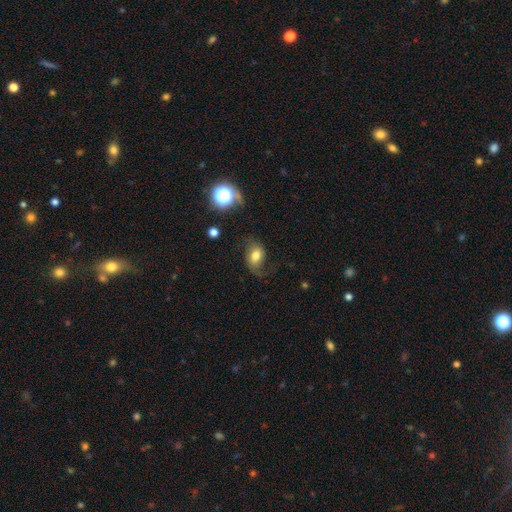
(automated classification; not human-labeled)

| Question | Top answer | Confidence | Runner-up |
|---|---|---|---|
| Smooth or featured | smooth | 45% | featured or disk (43%) |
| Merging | none | 53% | major disturbance (23%) |